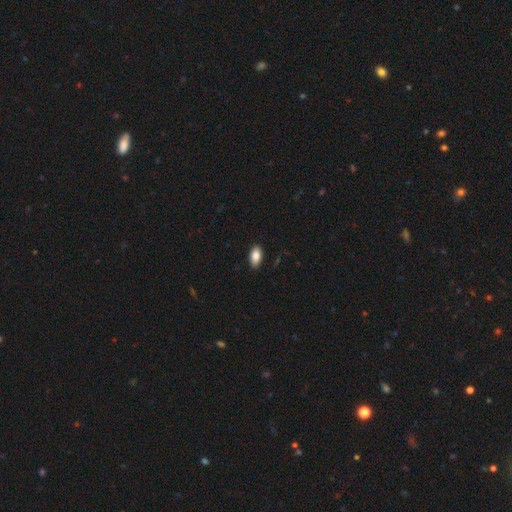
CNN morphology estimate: A smooth galaxy with no disk features (85%) that is in between round and cigar-shaped (92%). Merging: none (88%).